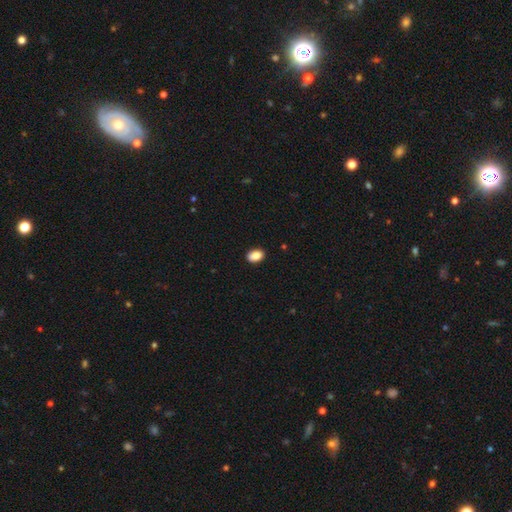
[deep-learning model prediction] smooth 85%, star or artifact 8%, featured or disk 7%. Down the decision tree: how rounded — in between (81%); merging — none (86%).